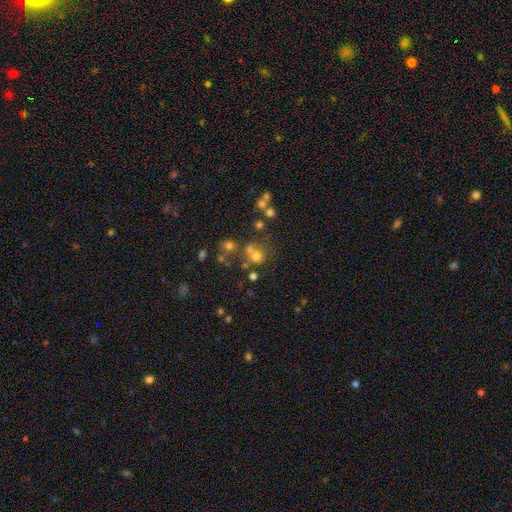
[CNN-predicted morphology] Q: Smooth or featured?
A: smooth (65%); runner-up: star or artifact (21%)
Q: How rounded?
A: round (85%); runner-up: in between (14%)
Q: Merging?
A: none (55%); runner-up: merger (28%)